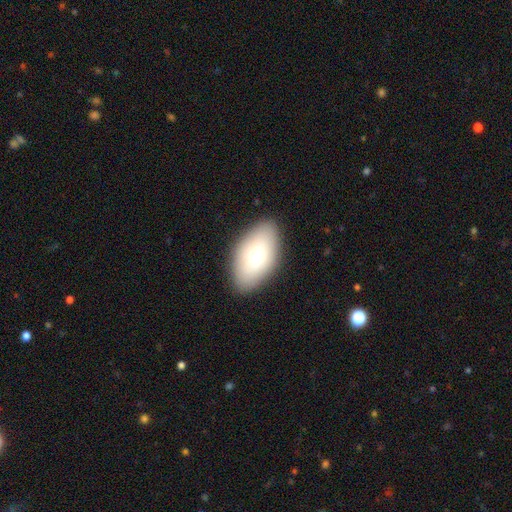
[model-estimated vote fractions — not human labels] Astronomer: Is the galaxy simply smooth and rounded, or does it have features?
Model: smooth — 82%.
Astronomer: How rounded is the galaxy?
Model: in between — 95%.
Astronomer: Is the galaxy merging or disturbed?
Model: none — 87%.